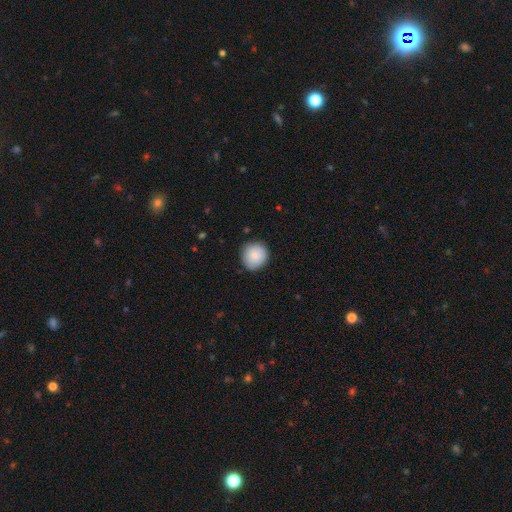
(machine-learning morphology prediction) smooth_or_featured: smooth (p=0.88) [alt: star or artifact p=0.07]
how_rounded: round (p=0.91) [alt: in between p=0.08]
merging: none (p=0.87) [alt: minor disturbance p=0.10]